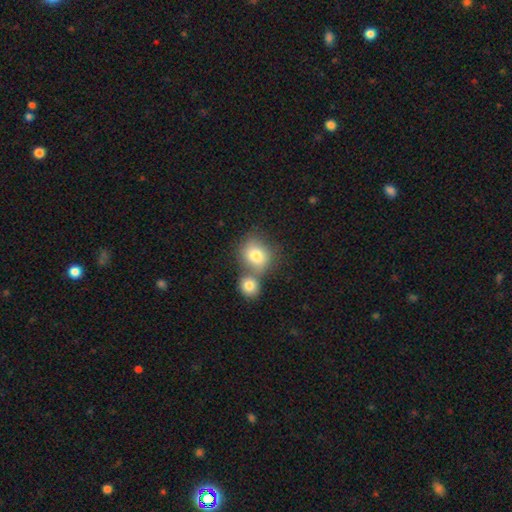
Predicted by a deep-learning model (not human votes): Smooth or featured: smooth — 80% (featured or disk — 12%)
How rounded: round — 67% (in between — 32%)
Merging: merger — 49% (none — 37%)